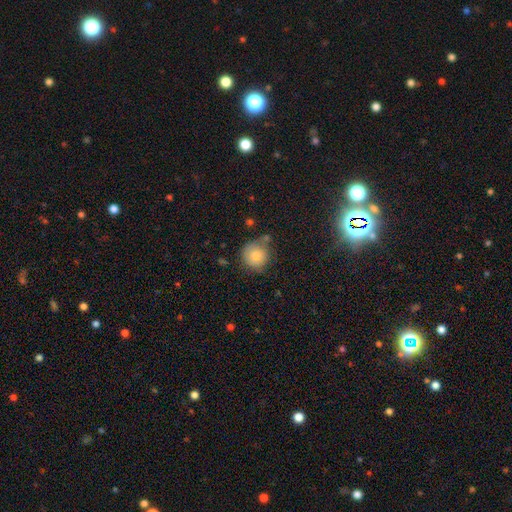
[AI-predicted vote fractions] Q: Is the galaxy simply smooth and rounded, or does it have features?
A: smooth — 80%.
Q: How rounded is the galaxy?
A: round — 92%.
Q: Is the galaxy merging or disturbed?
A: none — 63%.